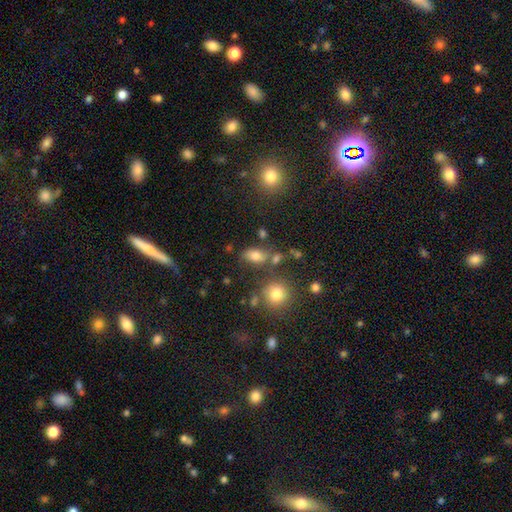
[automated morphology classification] smooth-or-featured: smooth: 75% | star or artifact: 14% | featured or disk: 11%
  how-rounded: in between: 83% | round: 13% | cigar-shaped: 4%
  merging: none: 65% | minor disturbance: 16% | merger: 13% | major disturbance: 6%